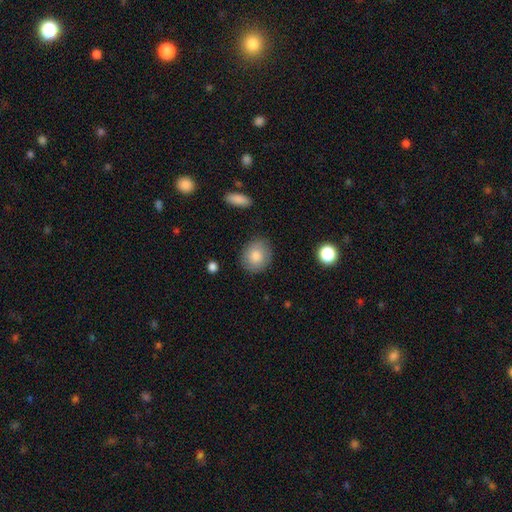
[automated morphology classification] Smooth or featured: smooth — 80% (featured or disk — 13%)
How rounded: round — 64% (in between — 35%)
Merging: none — 85% (minor disturbance — 11%)